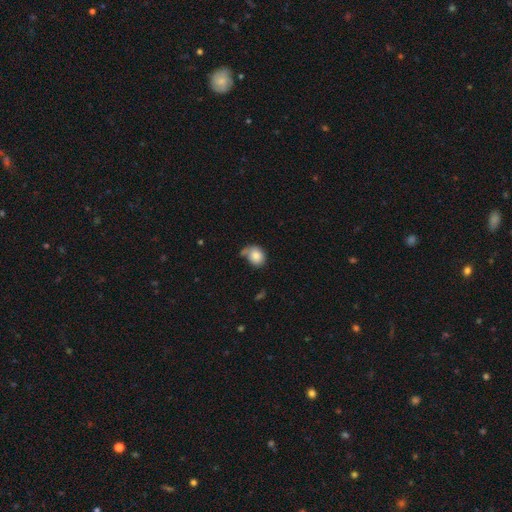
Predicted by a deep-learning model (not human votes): Overall: smooth (79%). How rounded: round (54%; in between 45%). Merging: none (43%; minor disturbance 29%).